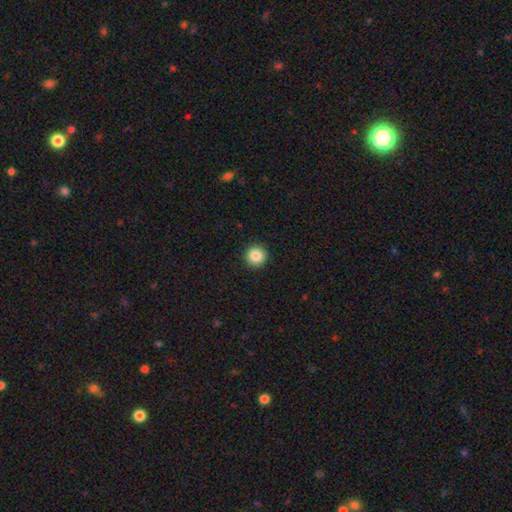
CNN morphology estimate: type=smooth (87%); roundness=round (96%); merging=none (93%).